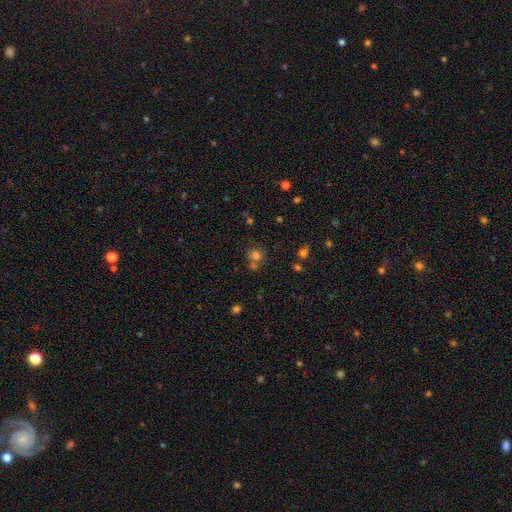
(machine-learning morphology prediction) type=smooth (72%); roundness=round (83%); merging=none (58%).